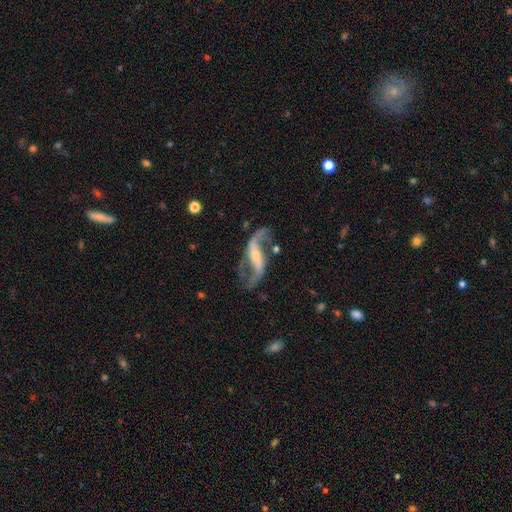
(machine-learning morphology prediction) This is clearly a featured or disk galaxy (89%). It is clearly not viewed edge-on (94%). Bar: possibly strong (49%). Spiral arm pattern: clearly yes (95%). Spiral arm count: clearly 2 (93%). Spiral winding: clearly loose (82%). Central bulge: possibly small (56%). Merging: likely none (67%).